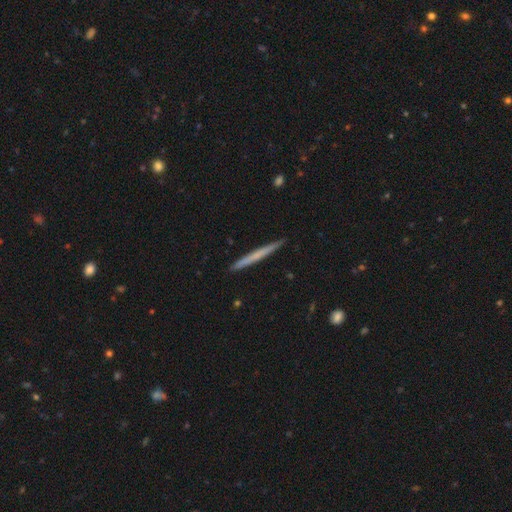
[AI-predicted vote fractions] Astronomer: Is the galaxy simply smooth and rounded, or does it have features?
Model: smooth — 53% (runner-up: featured or disk, 42%).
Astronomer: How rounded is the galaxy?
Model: cigar-shaped — 97%.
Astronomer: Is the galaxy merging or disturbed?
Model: none — 92%.